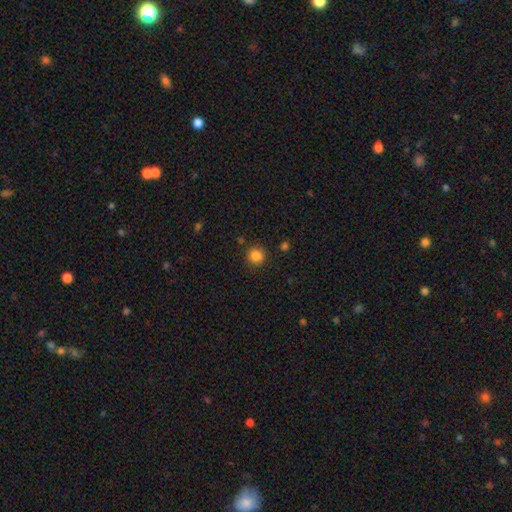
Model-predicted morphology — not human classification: The model was most divided on "smooth or featured": smooth: 84%, star or artifact: 11%, featured or disk: 5%. More confident: how rounded — round (90%); merging — none (85%).